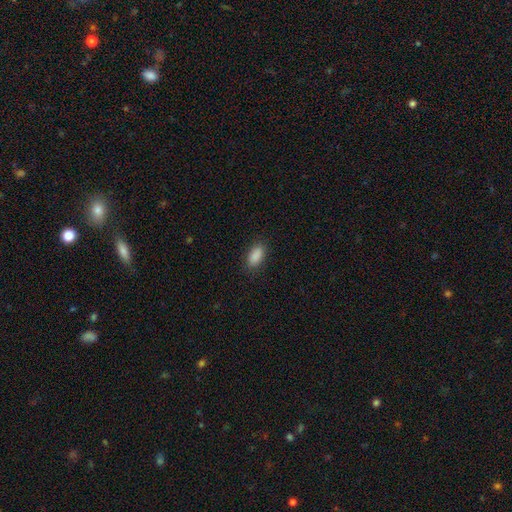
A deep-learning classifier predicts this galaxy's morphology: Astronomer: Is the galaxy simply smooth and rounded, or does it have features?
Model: smooth — 90%.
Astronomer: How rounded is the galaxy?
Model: in between — 90%.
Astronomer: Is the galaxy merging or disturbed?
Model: none — 87%.